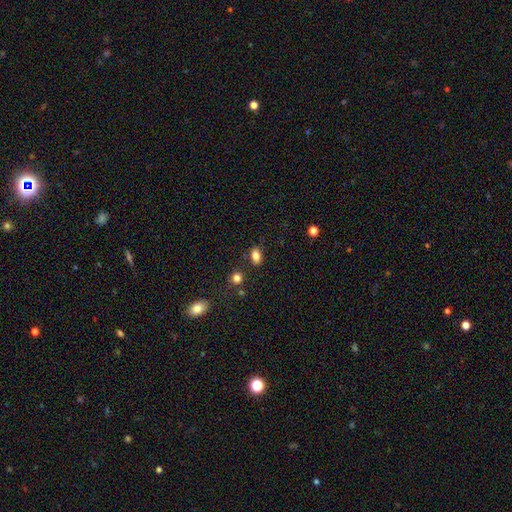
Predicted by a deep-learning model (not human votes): Smooth or featured?
  - smooth: 82% *
  - star or artifact: 10%
  - featured or disk: 7%
How rounded?
  - in between: 82% *
  - round: 14%
  - cigar-shaped: 3%
Merging?
  - none: 79% *
  - minor disturbance: 13%
  - merger: 5%
  - major disturbance: 3%